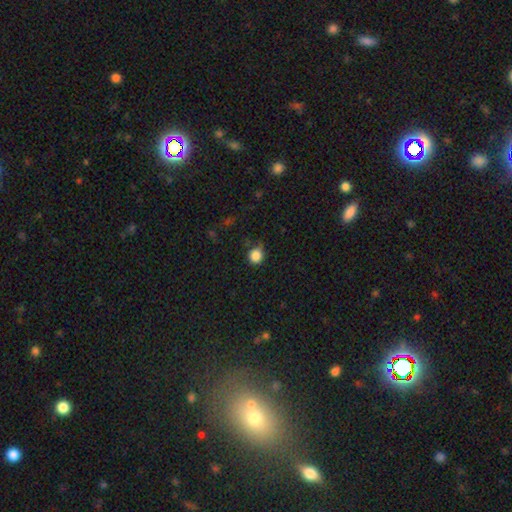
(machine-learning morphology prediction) A smooth galaxy with no disk features (85%) that is round (87%). Merging: none (70%).